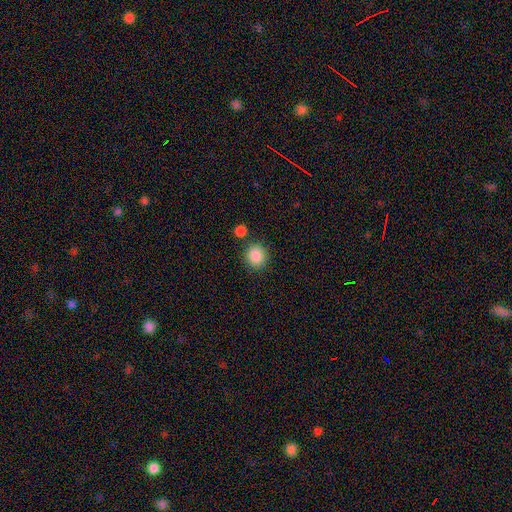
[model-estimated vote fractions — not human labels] This appears to be a smooth galaxy with no disk features (88%) that is round (87%). Merging: none (84%).